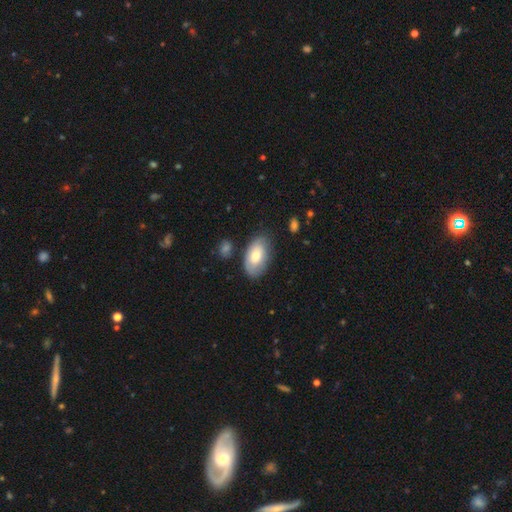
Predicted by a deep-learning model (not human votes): A smooth galaxy with no disk features (71%) that is in between round and cigar-shaped (94%). Merging: none (72%).